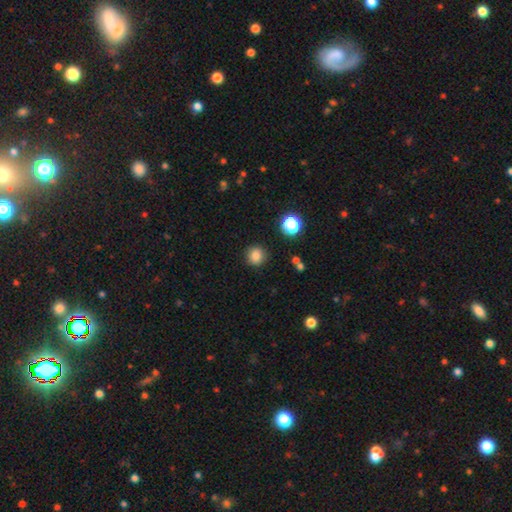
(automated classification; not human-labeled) Smooth or featured? Predicted: smooth (p=0.83). How rounded? Predicted: round (p=0.91). Merging? Predicted: none (p=0.89).